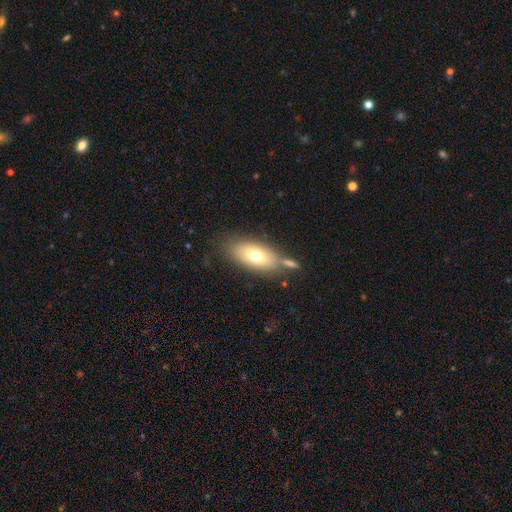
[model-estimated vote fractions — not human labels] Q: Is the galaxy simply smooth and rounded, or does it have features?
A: smooth — 70%.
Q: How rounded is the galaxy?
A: in between — 88%.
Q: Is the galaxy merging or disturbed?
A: none — 63%.